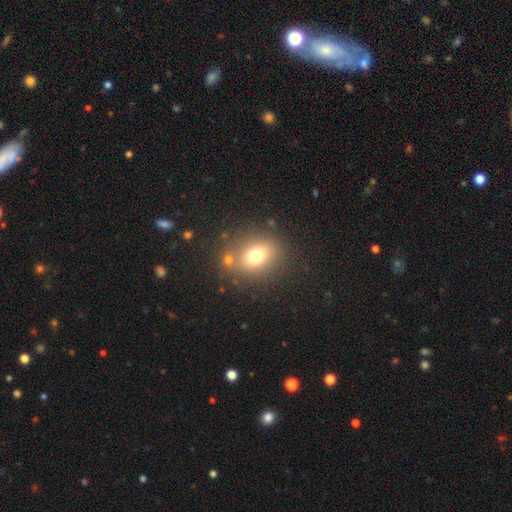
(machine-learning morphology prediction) This appears to be a smooth galaxy with no disk features (72%) that is round (51%). Merging: none (75%).